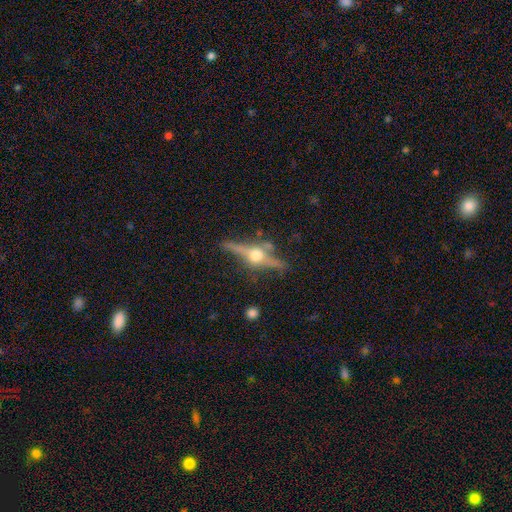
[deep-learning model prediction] This is clearly a featured or disk galaxy (81%). It is clearly viewed edge-on (94%). Edge-on bulge: clearly rounded (96%). Merging: likely none (77%).